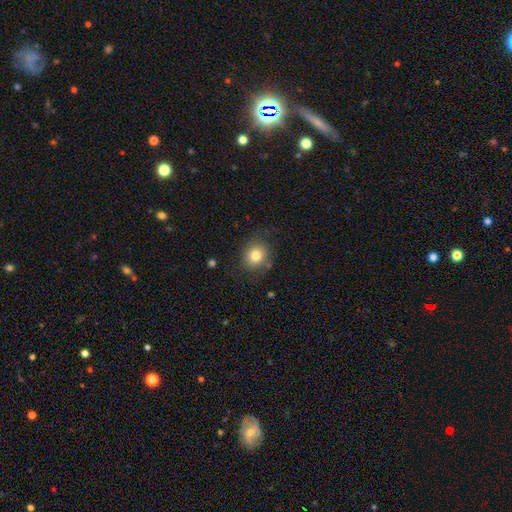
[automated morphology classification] Q: Smooth or featured?
A: smooth (77%); runner-up: featured or disk (13%)
Q: How rounded?
A: round (72%); runner-up: in between (27%)
Q: Merging?
A: none (73%); runner-up: minor disturbance (17%)